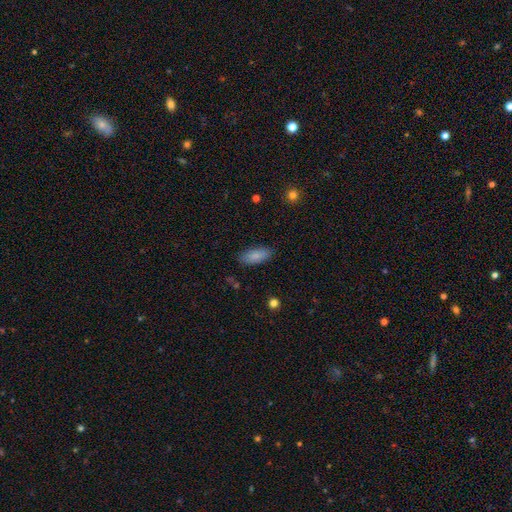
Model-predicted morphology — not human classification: A smooth galaxy with no disk features (85%) that is in between round and cigar-shaped (84%). Merging: none (86%).